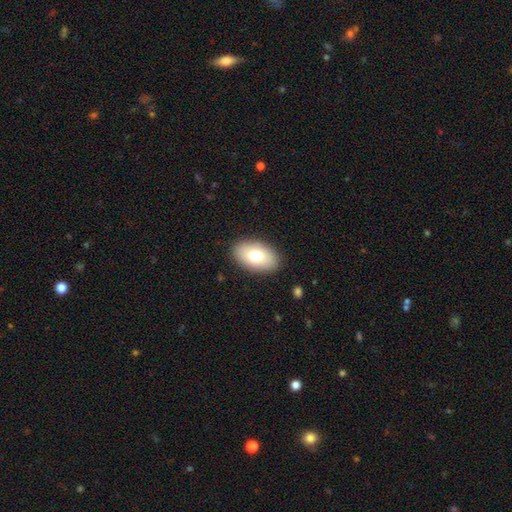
Smooth or featured?
  - smooth: 81% *
  - featured or disk: 14%
  - star or artifact: 5%
How rounded?
  - in between: 93% *
  - round: 7%
  - cigar-shaped: 0%
Merging?
  - none: 86% *
  - minor disturbance: 11%
  - major disturbance: 3%
  - merger: 0%